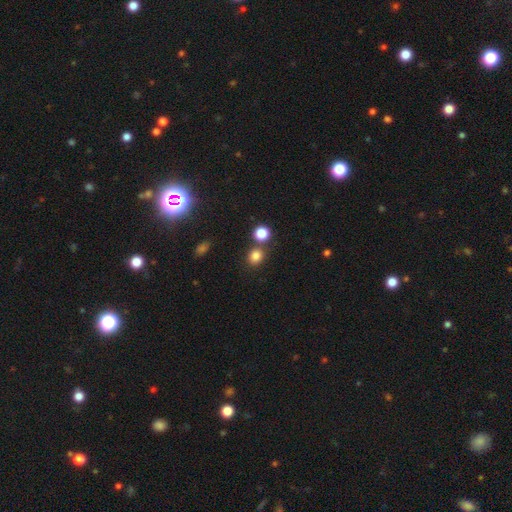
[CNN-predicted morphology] A smooth galaxy with no disk features (81%) that is round (76%).

Vote fractions:
- Smooth or featured? smooth: 81% / star or artifact: 14% / featured or disk: 5%
- How rounded? round: 76% / in between: 23% / cigar-shaped: 1%
- Merging? none: 71% / merger: 17% / minor disturbance: 9% / major disturbance: 3%